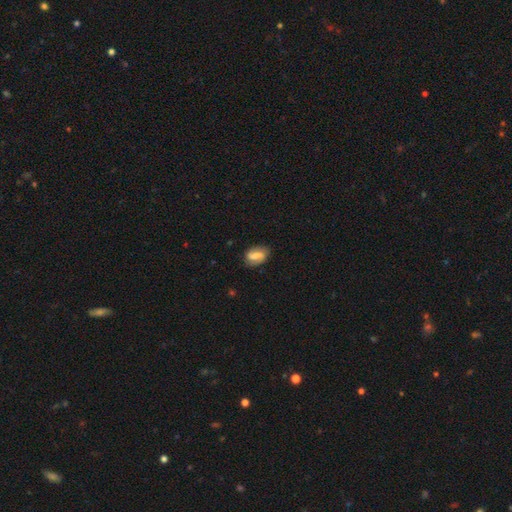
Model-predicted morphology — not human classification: A featured or disk galaxy (46%, tied with smooth). Merging: none (77%).